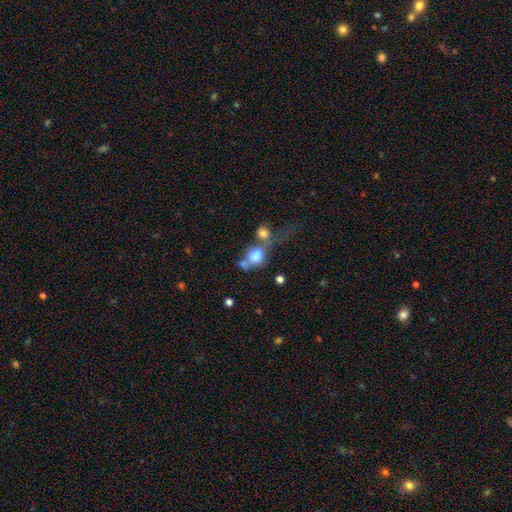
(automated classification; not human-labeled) smooth 71%, featured or disk 18%, star or artifact 11%. Down the decision tree: how rounded — in between (50%); merging — merger (55%).